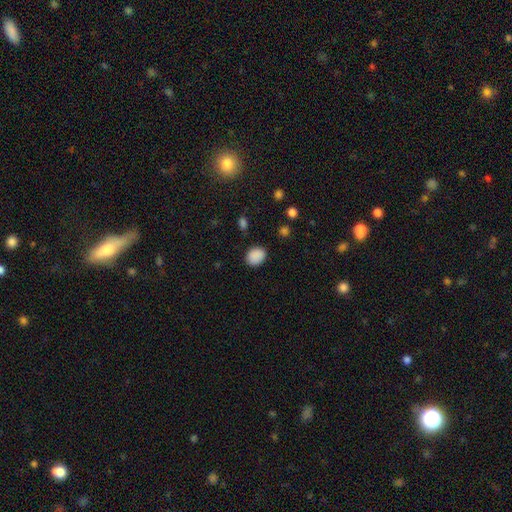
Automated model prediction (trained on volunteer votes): Q: Smooth or featured?
A: smooth (88%); runner-up: star or artifact (9%)
Q: How rounded?
A: round (51%); runner-up: in between (48%)
Q: Merging?
A: none (83%); runner-up: minor disturbance (12%)